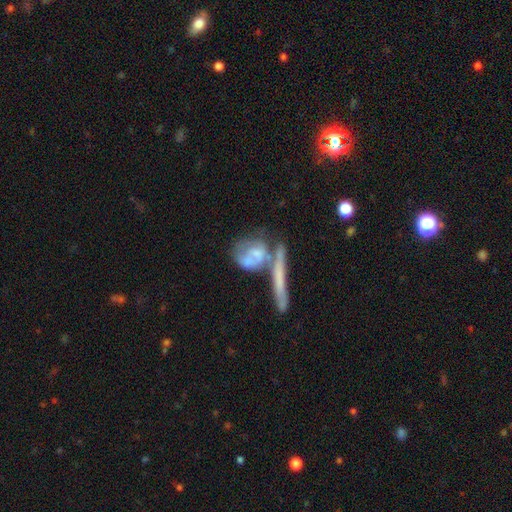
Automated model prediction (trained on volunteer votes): This is possibly a featured or disk galaxy (51%). It is likely not viewed edge-on (63%). Merging: marginally merger (44%).